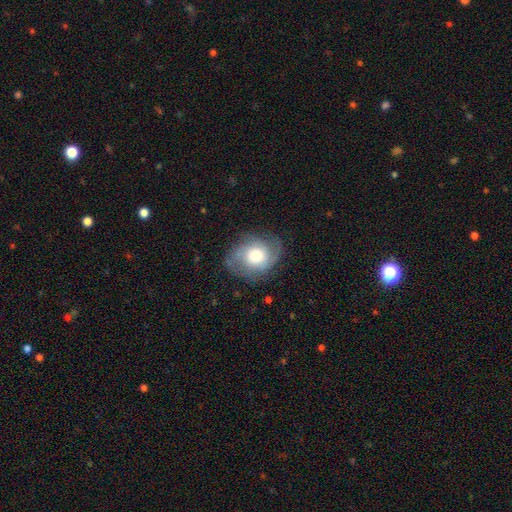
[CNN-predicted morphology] type=featured or disk (56%); edge-on=no (97%); bar=no (79%); spiral arms=yes (84%); bulge=moderate (49%); merging=none (70%).